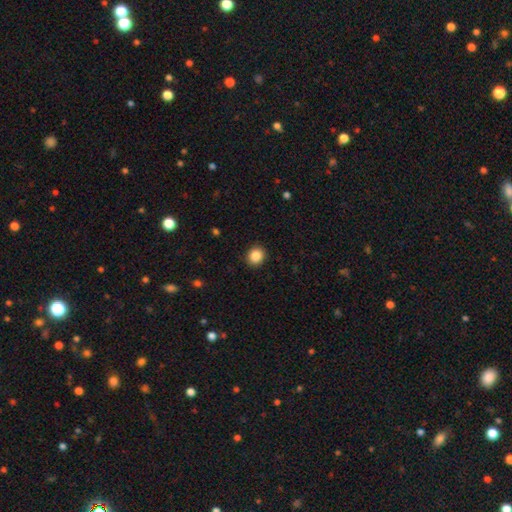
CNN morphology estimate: This appears to be a smooth galaxy with no disk features (86%) that is round (85%). Merging: none (92%).